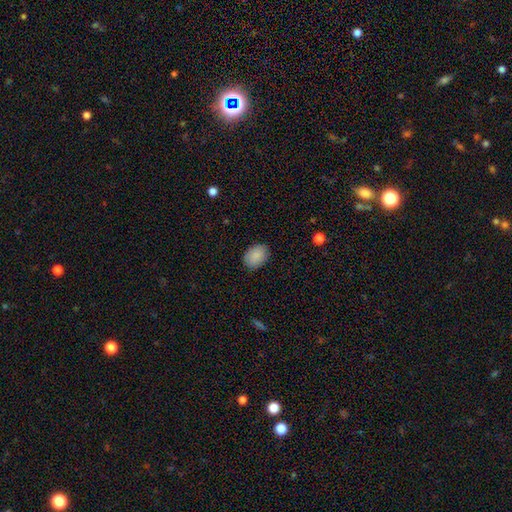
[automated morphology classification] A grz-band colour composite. It shows a smooth galaxy with no disk features (89%) that is in between round and cigar-shaped (79%). Merging: none (87%).